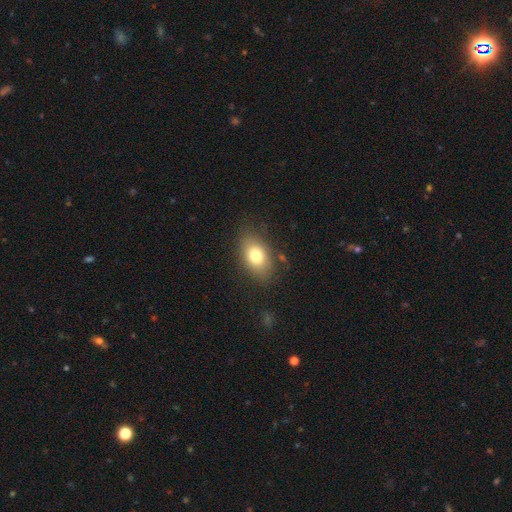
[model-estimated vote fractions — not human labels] smooth-or-featured: smooth: 77% | featured or disk: 14% | star or artifact: 9%
  how-rounded: in between: 85% | round: 13% | cigar-shaped: 2%
  merging: none: 79% | minor disturbance: 14% | major disturbance: 5% | merger: 2%